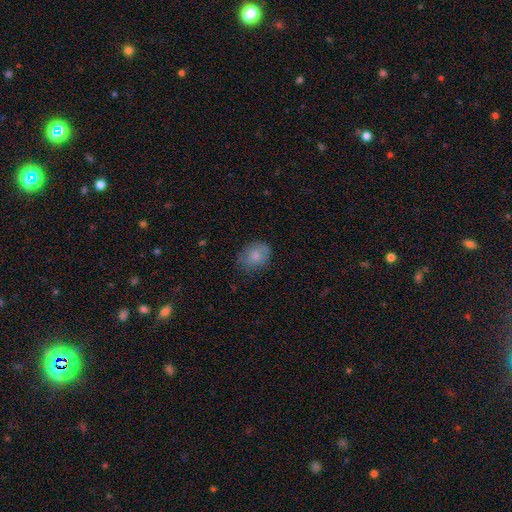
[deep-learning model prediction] smooth-or-featured: smooth: 79% | featured or disk: 12% | star or artifact: 9%
  how-rounded: in between: 50% | round: 49% | cigar-shaped: 1%
  merging: none: 69% | minor disturbance: 22% | major disturbance: 7% | merger: 2%